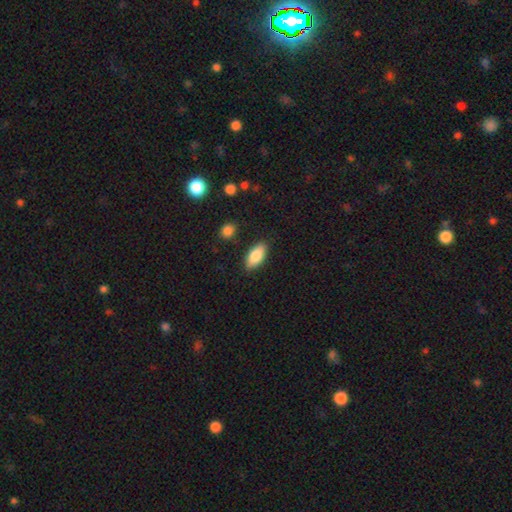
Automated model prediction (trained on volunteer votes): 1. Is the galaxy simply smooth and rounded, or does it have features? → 84% smooth, 10% featured or disk, 6% star or artifact.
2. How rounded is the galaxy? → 89% in between, 8% cigar-shaped, 3% round.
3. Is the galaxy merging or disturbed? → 85% none, 10% minor disturbance, 2% major disturbance, 2% merger.